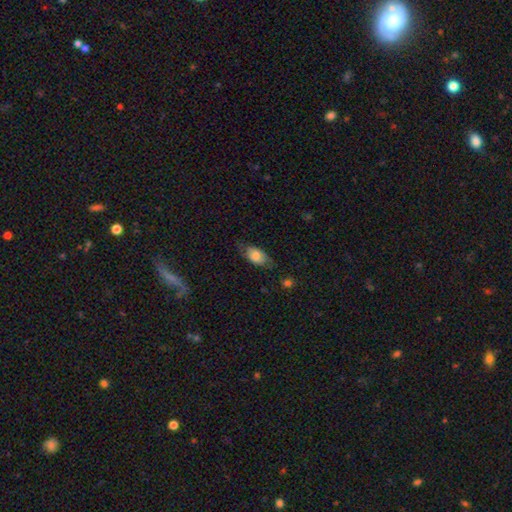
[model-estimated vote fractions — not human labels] This is likely a smooth galaxy (71%). How rounded: clearly in between (88%). Merging: likely none (62%).